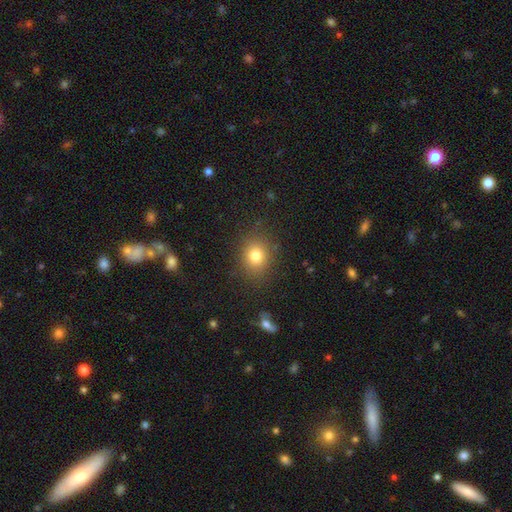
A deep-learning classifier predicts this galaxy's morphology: This is likely a smooth galaxy (78%). How rounded: likely round (62%). Merging: clearly none (84%).